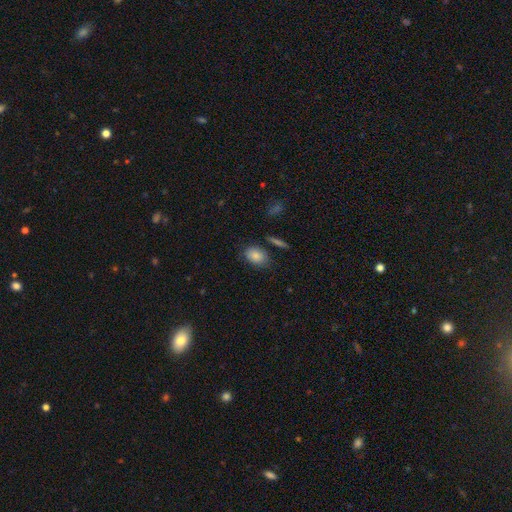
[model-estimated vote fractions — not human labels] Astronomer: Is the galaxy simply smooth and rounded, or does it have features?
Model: smooth — 85%.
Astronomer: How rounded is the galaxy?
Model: in between — 82%.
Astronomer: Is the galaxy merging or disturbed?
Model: none — 76%.